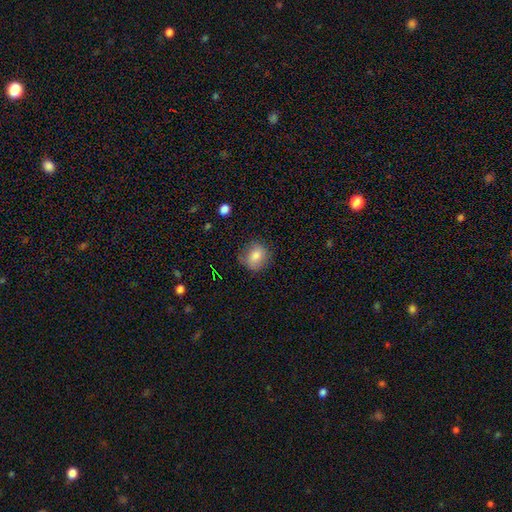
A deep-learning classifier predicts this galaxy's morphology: smooth_or_featured: smooth (p=0.80) [alt: featured or disk p=0.11]
how_rounded: round (p=0.70) [alt: in between p=0.29]
merging: none (p=0.73) [alt: minor disturbance p=0.20]